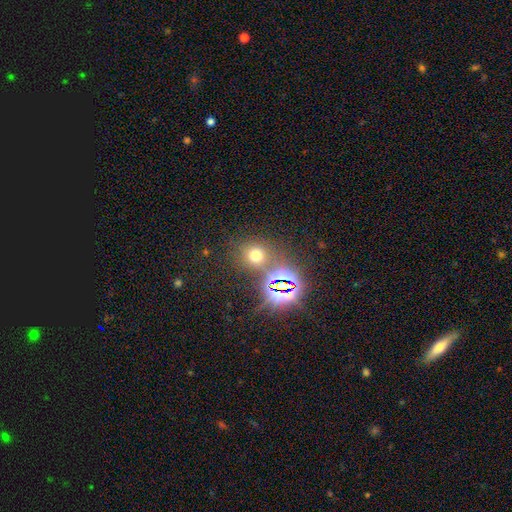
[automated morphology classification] Overall: smooth (55%; star or artifact 36%). How rounded: round (82%). Merging: none (73%).